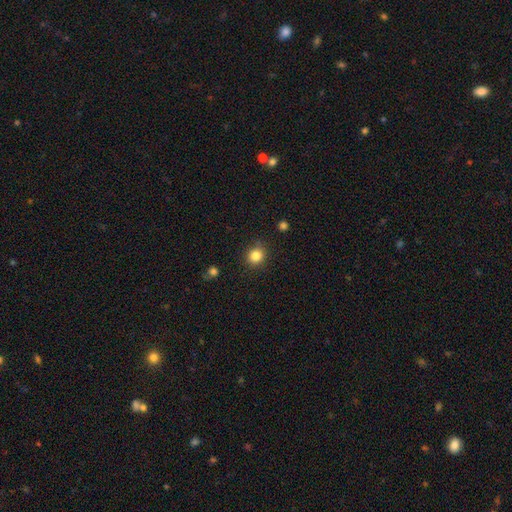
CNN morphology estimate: This is clearly a smooth galaxy (84%). How rounded: clearly round (87%). Merging: clearly none (85%).